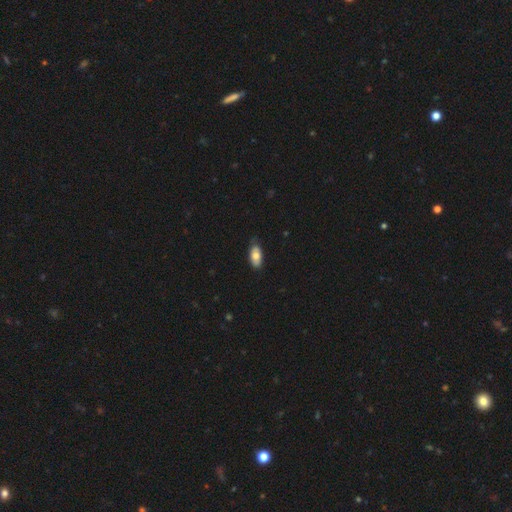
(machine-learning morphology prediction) A smooth galaxy with no disk features (72%) that is in between round and cigar-shaped (91%). Merging: none (74%).